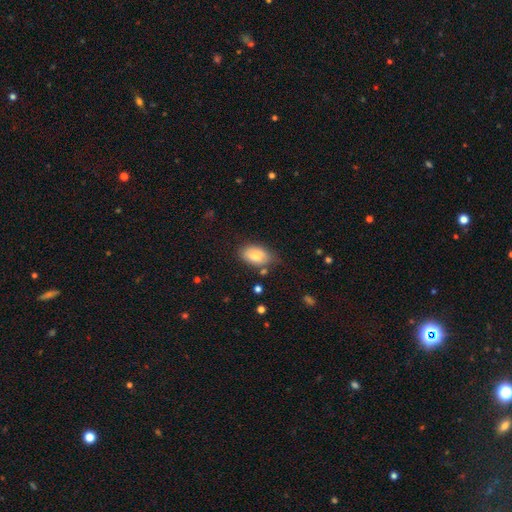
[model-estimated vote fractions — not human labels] The model was most divided on "merging": none: 69%, minor disturbance: 23%, major disturbance: 5%, merger: 4%. More confident: how rounded — in between (91%); smooth or featured — smooth (78%).